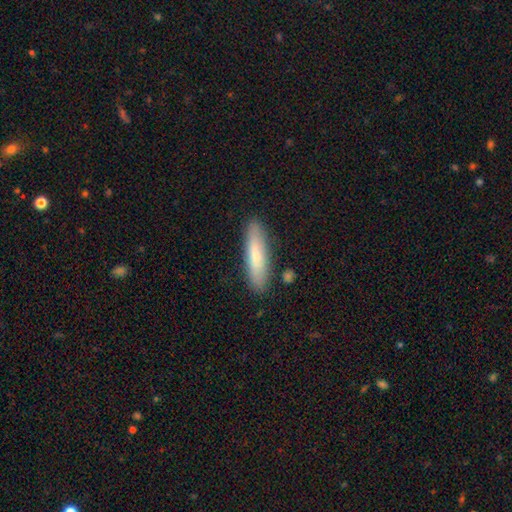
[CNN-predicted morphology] This appears to be a smooth galaxy with no disk features (67%) that is cigar-shaped (75%). Merging: none (86%).